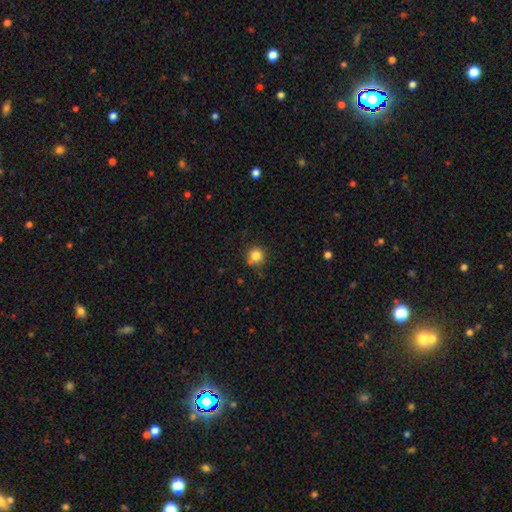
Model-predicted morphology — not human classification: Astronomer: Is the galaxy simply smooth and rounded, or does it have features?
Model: smooth — 83%.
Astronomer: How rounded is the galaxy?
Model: round — 93%.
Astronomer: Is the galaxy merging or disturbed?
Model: none — 76%.